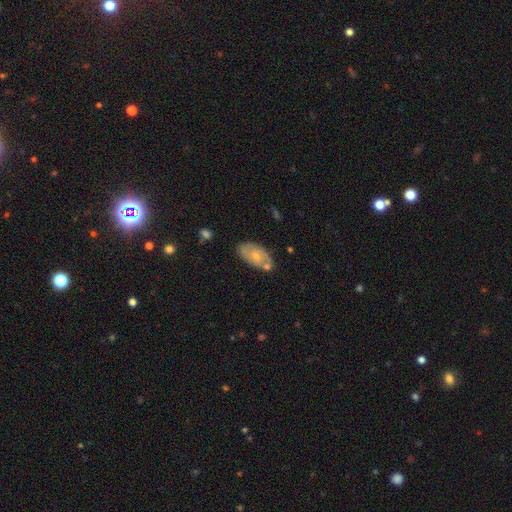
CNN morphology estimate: Smooth or featured?
  - smooth: 53% *
  - featured or disk: 41%
  - star or artifact: 6%
How rounded?
  - in between: 93% *
  - round: 4%
  - cigar-shaped: 3%
Merging?
  - none: 60% *
  - minor disturbance: 23%
  - merger: 12%
  - major disturbance: 6%